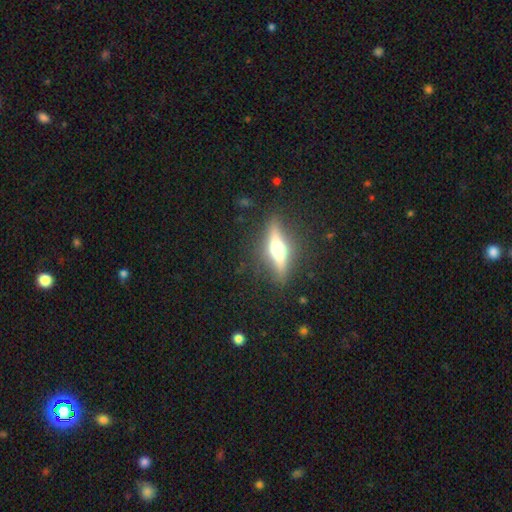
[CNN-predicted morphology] Smooth or featured? Predicted: featured or disk (p=0.71). Edge-on disk? Predicted: yes (p=0.95). Edge-on bulge? Predicted: rounded (p=0.94). Merging? Predicted: none (p=0.88).